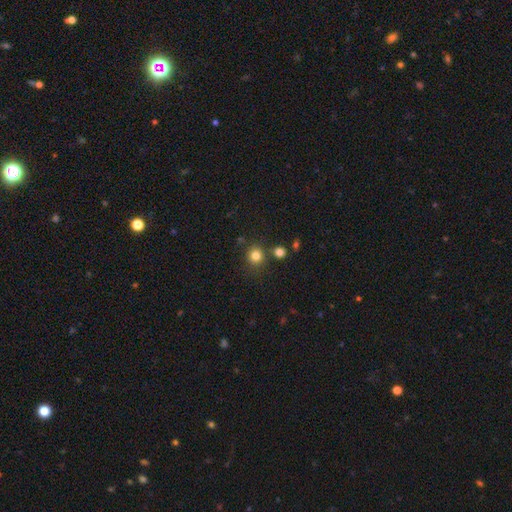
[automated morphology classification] smooth-or-featured: smooth: 81% | star or artifact: 13% | featured or disk: 6%
  how-rounded: round: 89% | in between: 11% | cigar-shaped: 1%
  merging: none: 79% | minor disturbance: 9% | merger: 9% | major disturbance: 3%